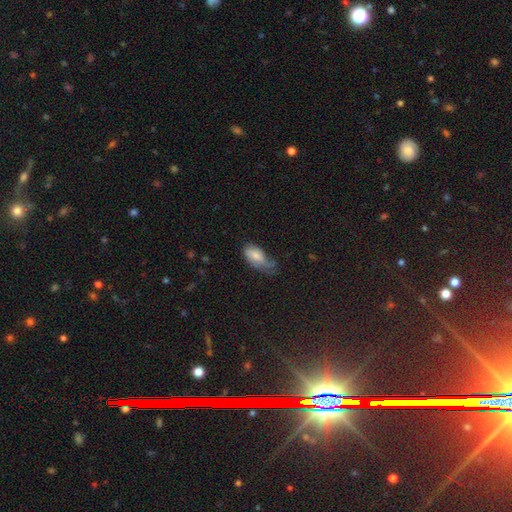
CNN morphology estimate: smooth-or-featured: smooth: 70% | featured or disk: 23% | star or artifact: 7%
  how-rounded: in between: 90% | cigar-shaped: 6% | round: 3%
  merging: minor disturbance: 40% | none: 29% | major disturbance: 28% | merger: 3%